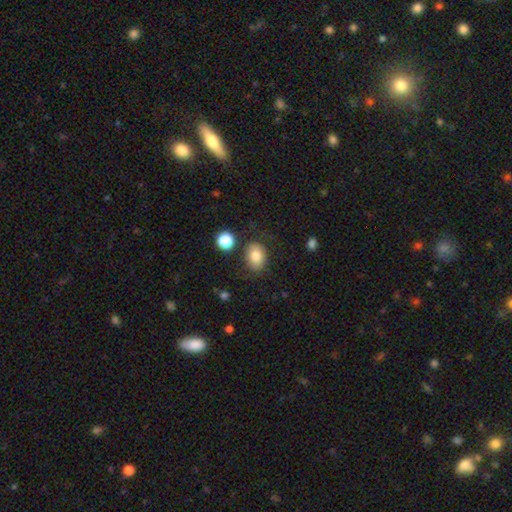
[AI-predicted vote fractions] Smooth or featured?
  - smooth: 81% *
  - featured or disk: 10%
  - star or artifact: 9%
How rounded?
  - in between: 65% *
  - round: 34%
  - cigar-shaped: 1%
Merging?
  - none: 75% *
  - minor disturbance: 15%
  - major disturbance: 5%
  - merger: 4%